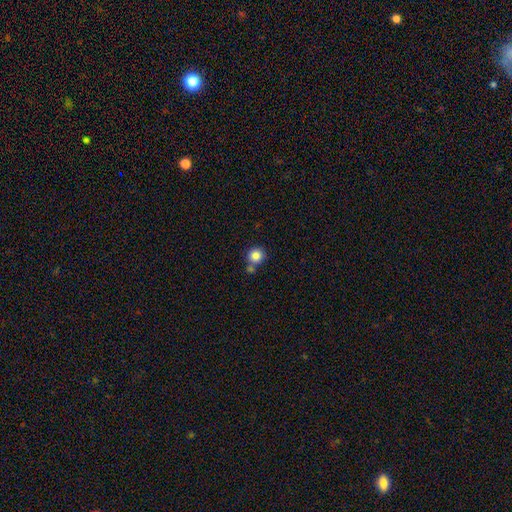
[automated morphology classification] A smooth galaxy with no disk features (84%) that is round (93%). Merging: none (66%).